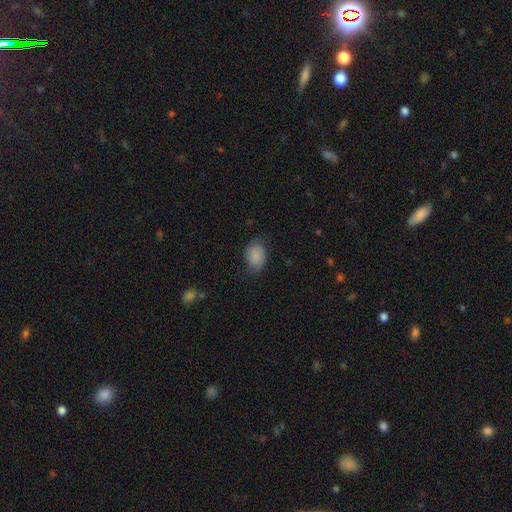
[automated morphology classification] smooth_or_featured: smooth (p=0.75) [alt: featured or disk p=0.17]
how_rounded: in between (p=0.63) [alt: round p=0.36]
merging: none (p=0.64) [alt: minor disturbance p=0.26]